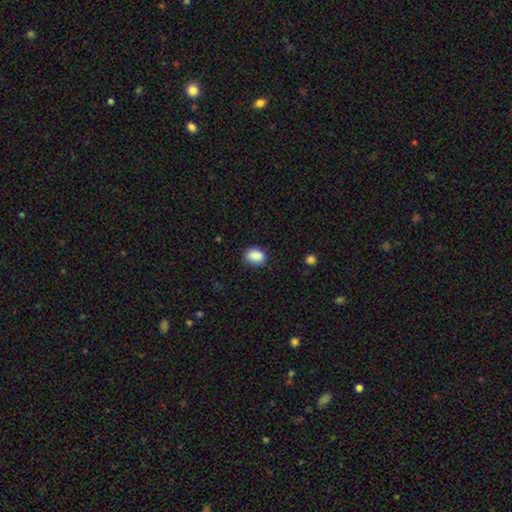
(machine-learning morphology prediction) The model was most divided on "how rounded": in between: 65%, round: 34%, cigar-shaped: 1%. More confident: smooth or featured — smooth (88%); merging — none (81%).